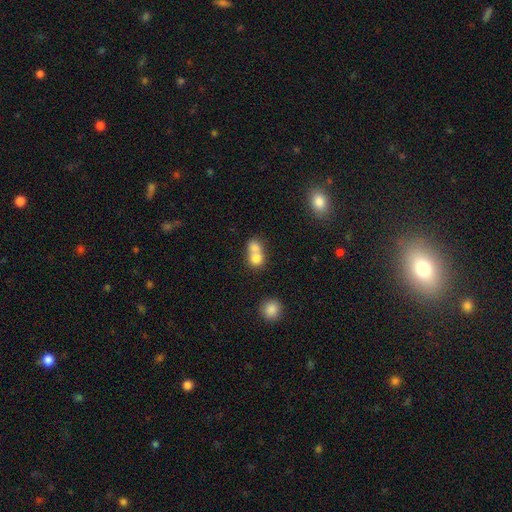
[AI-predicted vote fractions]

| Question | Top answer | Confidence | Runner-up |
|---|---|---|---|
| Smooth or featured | smooth | 76% | featured or disk (14%) |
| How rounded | round | 70% | in between (29%) |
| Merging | merger | 67% | none (24%) |